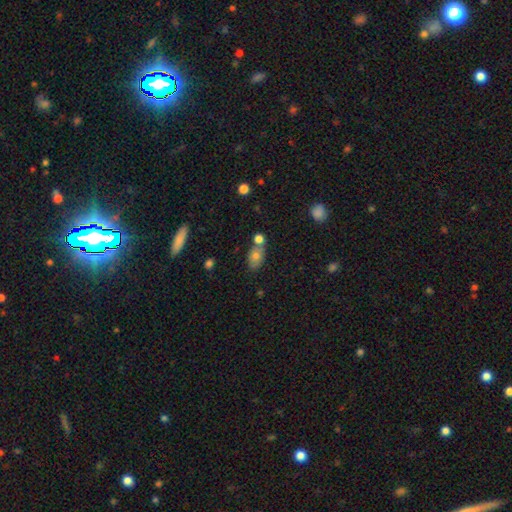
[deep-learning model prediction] Morphology: type=smooth (73%); roundness=in between (83%); merging=none (52%).